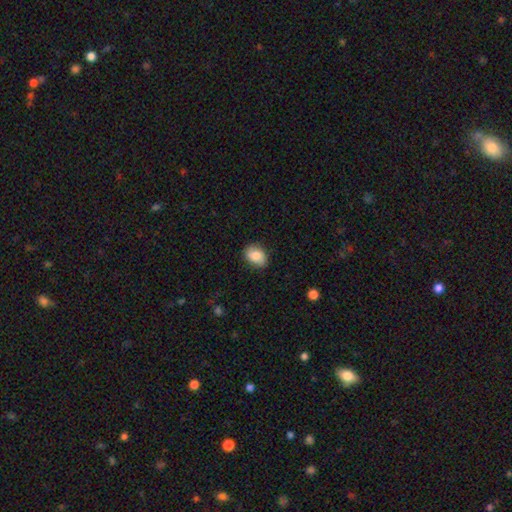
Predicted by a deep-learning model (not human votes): Smooth or featured? Predicted: smooth (p=0.83). How rounded? Predicted: in between (p=0.71). Merging? Predicted: none (p=0.81).